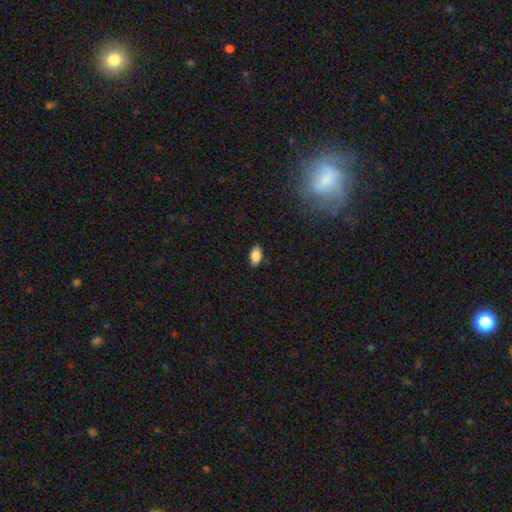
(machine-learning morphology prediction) The model was most divided on "merging": none: 86%, minor disturbance: 11%, major disturbance: 2%, merger: 1%. More confident: how rounded — in between (93%); smooth or featured — smooth (87%).